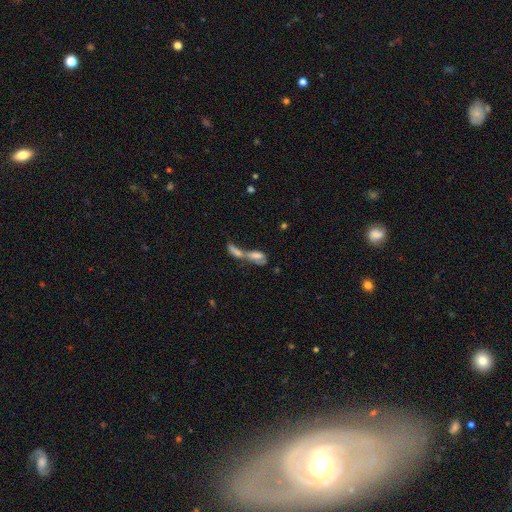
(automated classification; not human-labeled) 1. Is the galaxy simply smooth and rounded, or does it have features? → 56% smooth, 32% featured or disk, 12% star or artifact.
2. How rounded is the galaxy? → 67% in between, 29% cigar-shaped, 5% round.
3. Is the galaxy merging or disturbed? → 76% merger, 11% none, 7% major disturbance, 5% minor disturbance.